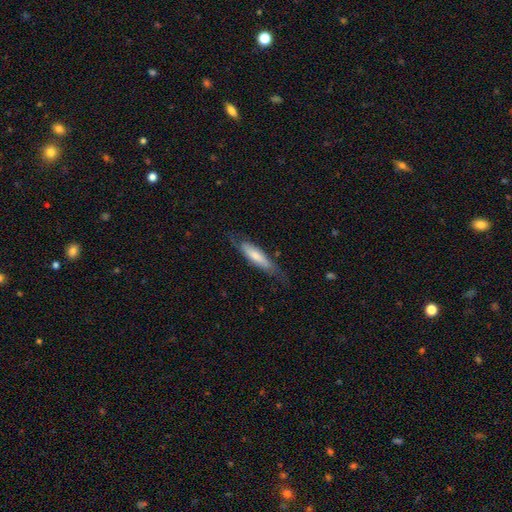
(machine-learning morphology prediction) Smooth or featured: smooth — 56% (featured or disk — 39%)
How rounded: cigar-shaped — 70% (in between — 28%)
Merging: none — 66% (minor disturbance — 23%)